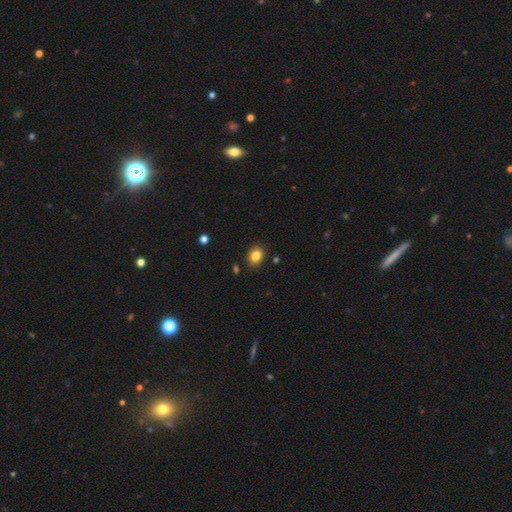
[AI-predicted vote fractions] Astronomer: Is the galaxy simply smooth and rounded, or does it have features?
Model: smooth — 84%.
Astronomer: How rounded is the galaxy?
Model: in between — 64%.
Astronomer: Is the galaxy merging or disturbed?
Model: none — 87%.